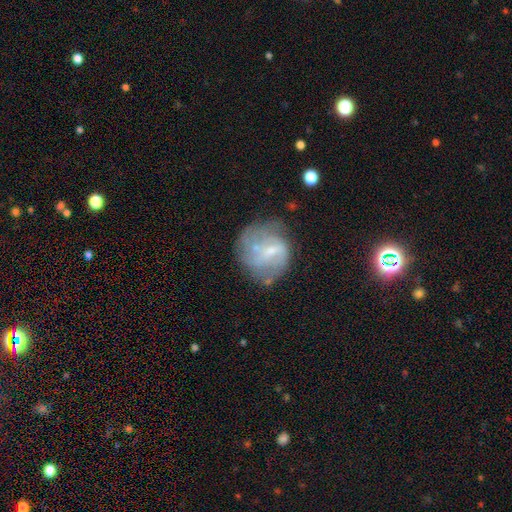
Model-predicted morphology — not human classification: A featured or disk galaxy (61%) with a weak bar (53%), spiral arms (67%) and a small central bulge (61%).

Vote fractions:
- Smooth or featured? featured or disk: 61% / smooth: 29% / star or artifact: 10%
- Edge-on disk? no: 97% / yes: 3%
- Bar? weak: 53% / no: 33% / strong: 14%
- Spiral arms? yes: 67% / no: 33%
- Bulge size? small: 61% / moderate: 21% / none: 15% / large: 2% / dominant: 1%
- Merging? none: 57% / minor disturbance: 24% / major disturbance: 16% / merger: 4%